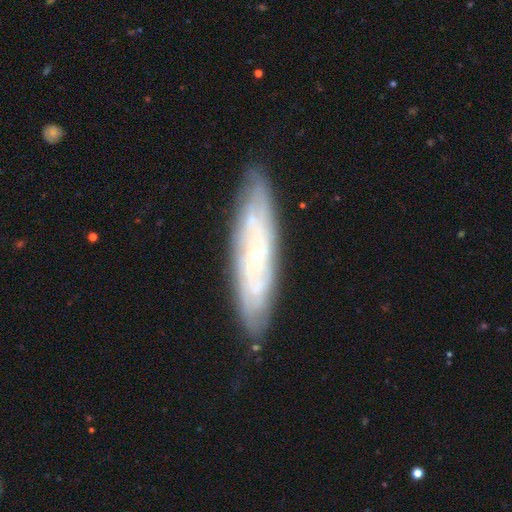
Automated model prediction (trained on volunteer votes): Q: Smooth or featured?
A: featured or disk (69%); runner-up: smooth (24%)
Q: Edge-on disk?
A: no (67%); runner-up: yes (33%)
Q: Merging?
A: none (84%); runner-up: minor disturbance (12%)